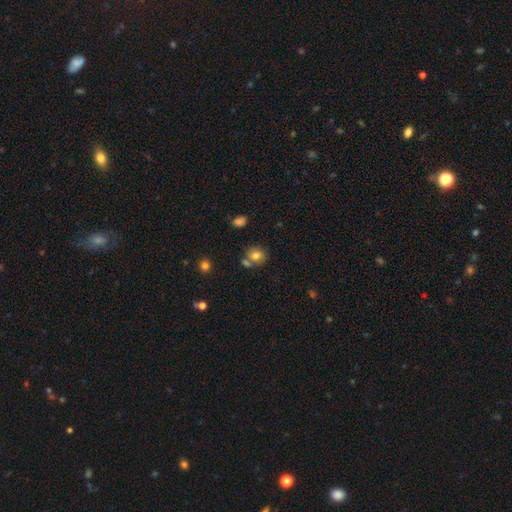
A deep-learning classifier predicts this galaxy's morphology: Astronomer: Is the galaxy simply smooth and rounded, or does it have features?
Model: smooth — 79%.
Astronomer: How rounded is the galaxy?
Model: round — 73%.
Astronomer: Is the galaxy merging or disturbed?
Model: none — 59%.